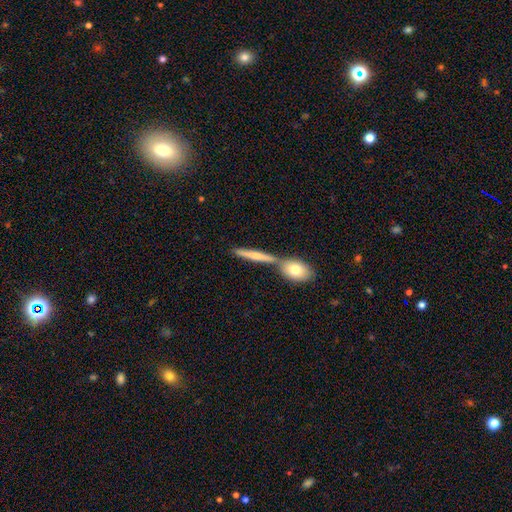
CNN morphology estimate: Smooth or featured: smooth — 59% (featured or disk — 35%)
How rounded: cigar-shaped — 79% (in between — 16%)
Merging: none — 59% (merger — 29%)